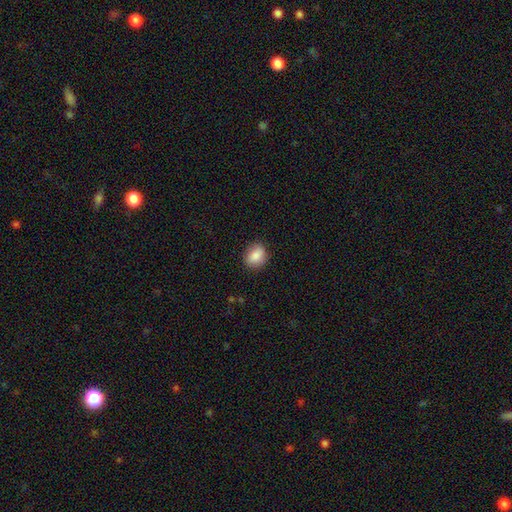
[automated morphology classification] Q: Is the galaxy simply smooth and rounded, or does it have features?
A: smooth — 87%.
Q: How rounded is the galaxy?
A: round — 51%.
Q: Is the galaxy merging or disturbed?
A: none — 84%.